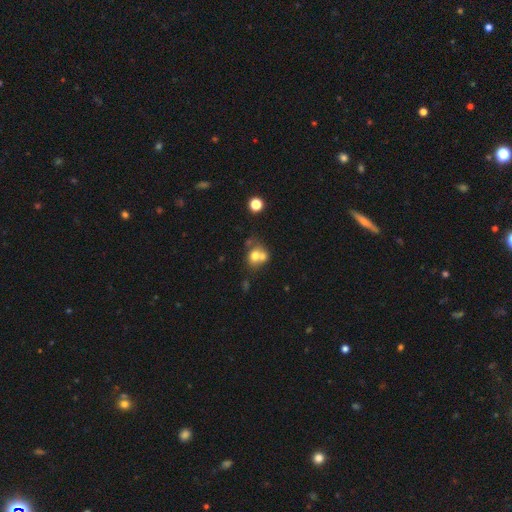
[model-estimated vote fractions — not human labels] Q: Smooth or featured?
A: smooth (68%); runner-up: featured or disk (20%)
Q: How rounded?
A: round (69%); runner-up: in between (30%)
Q: Merging?
A: merger (57%); runner-up: none (30%)